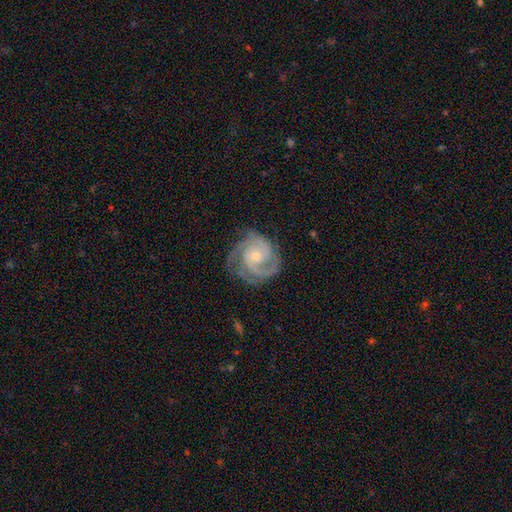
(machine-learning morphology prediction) Smooth or featured? Predicted: featured or disk (p=0.92). Edge-on disk? Predicted: no (p=0.98). Bar? Predicted: no (p=0.70). Spiral arms? Predicted: yes (p=0.98). Spiral winding? Predicted: tight (p=0.64). Spiral arm count? Predicted: 3 (p=0.45). Bulge size? Predicted: small (p=0.65). Merging? Predicted: none (p=0.74).